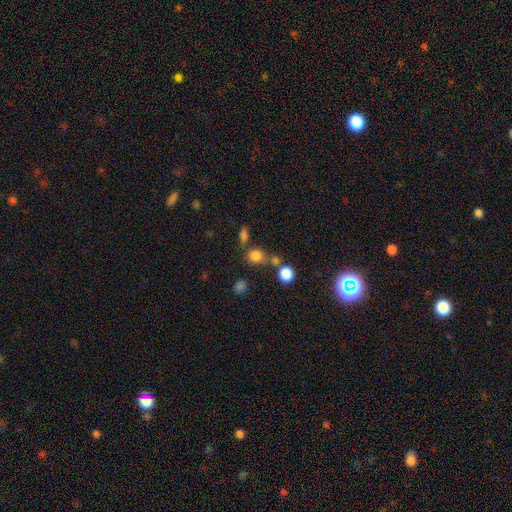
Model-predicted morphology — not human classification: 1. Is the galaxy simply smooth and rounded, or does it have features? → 78% smooth, 16% star or artifact, 6% featured or disk.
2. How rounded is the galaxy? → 68% round, 30% in between, 2% cigar-shaped.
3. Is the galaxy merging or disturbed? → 59% none, 24% merger, 12% minor disturbance, 6% major disturbance.